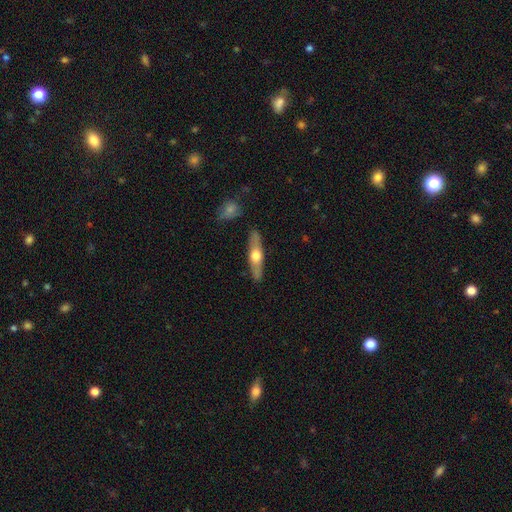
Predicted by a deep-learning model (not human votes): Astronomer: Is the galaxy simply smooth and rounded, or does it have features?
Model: featured or disk — 55% (runner-up: smooth, 40%).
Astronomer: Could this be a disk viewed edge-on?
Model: yes — 89%.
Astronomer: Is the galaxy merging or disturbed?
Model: none — 87%.